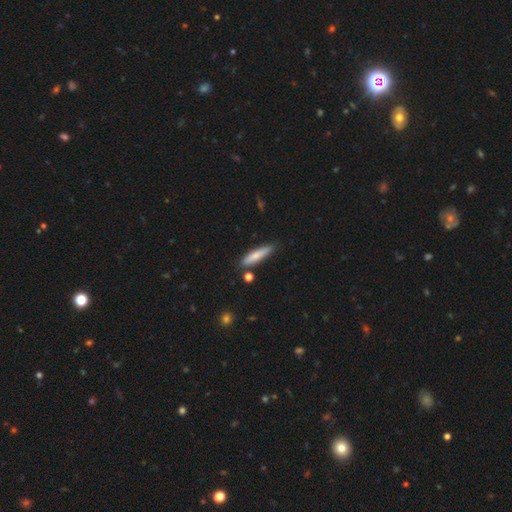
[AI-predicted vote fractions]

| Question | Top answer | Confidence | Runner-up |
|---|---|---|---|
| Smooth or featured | smooth | 72% | featured or disk (22%) |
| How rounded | cigar-shaped | 83% | in between (15%) |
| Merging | none | 80% | minor disturbance (13%) |